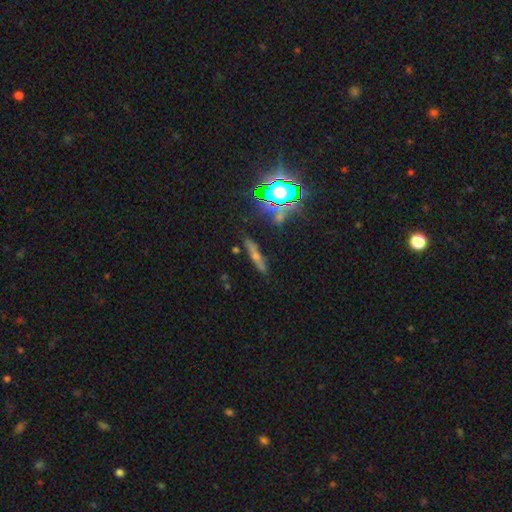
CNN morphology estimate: Smooth or featured?
  - featured or disk: 43% *
  - smooth: 29%
  - star or artifact: 28%
Merging?
  - none: 83% *
  - minor disturbance: 11%
  - major disturbance: 3%
  - merger: 3%